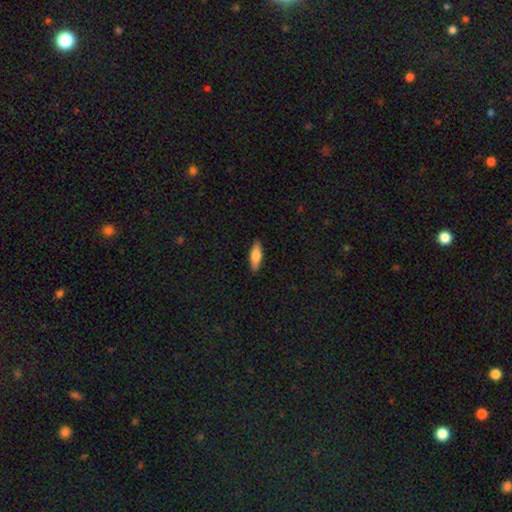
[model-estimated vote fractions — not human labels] Smooth or featured? smooth (67%)
How rounded? in between (50%)
Merging? none (89%)